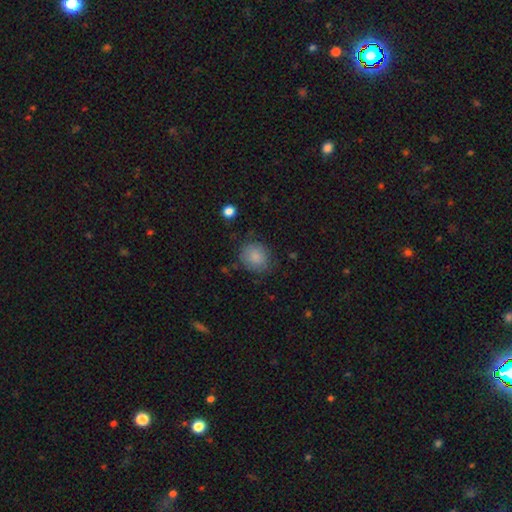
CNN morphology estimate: The model was most divided on "how rounded": round: 68%, in between: 31%, cigar-shaped: 1%. More confident: smooth or featured — smooth (83%); merging — none (79%).